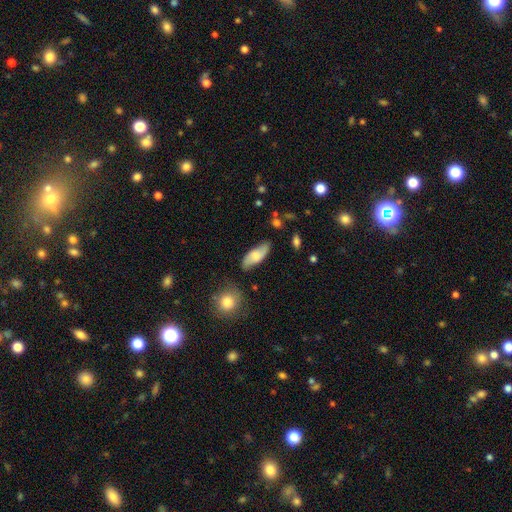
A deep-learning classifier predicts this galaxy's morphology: Smooth or featured? Predicted: smooth (p=0.60). How rounded? Predicted: in between (p=0.76). Merging? Predicted: none (p=0.76).